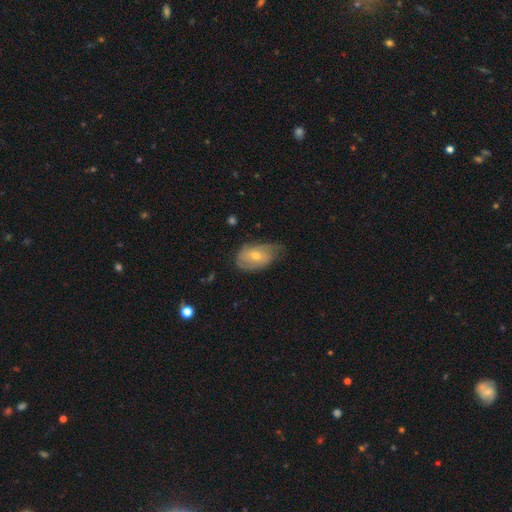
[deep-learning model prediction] featured or disk 56%, smooth 36%, star or artifact 8%. Down the decision tree: edge-on disk — no (93%); bar — no (59%); spiral arms — yes (73%); bulge size — small (49%); merging — none (49%).